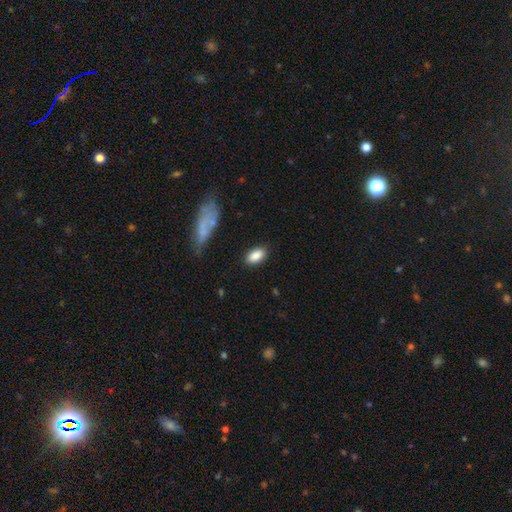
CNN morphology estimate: smooth 87%, star or artifact 7%, featured or disk 6%. Down the decision tree: how rounded — in between (91%); merging — none (85%).